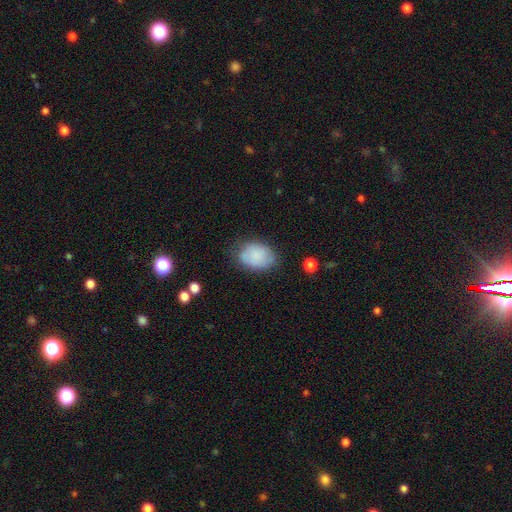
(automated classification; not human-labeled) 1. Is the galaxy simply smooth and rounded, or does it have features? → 82% smooth, 10% featured or disk, 8% star or artifact.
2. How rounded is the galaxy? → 81% in between, 18% round, 1% cigar-shaped.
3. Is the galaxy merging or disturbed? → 66% none, 24% minor disturbance, 7% major disturbance, 2% merger.